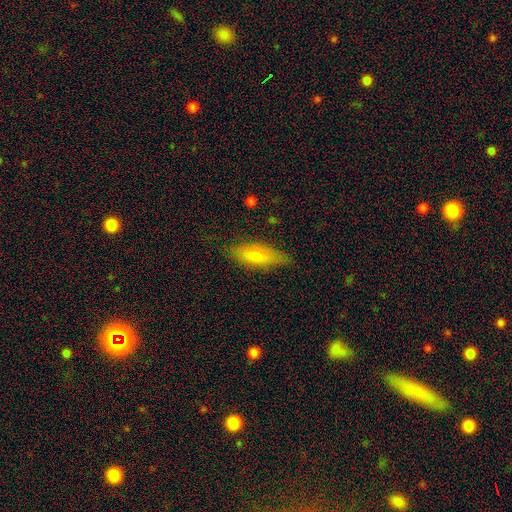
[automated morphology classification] Smooth or featured: smooth — 73% (featured or disk — 21%)
How rounded: in between — 60% (cigar-shaped — 38%)
Merging: none — 77% (minor disturbance — 18%)